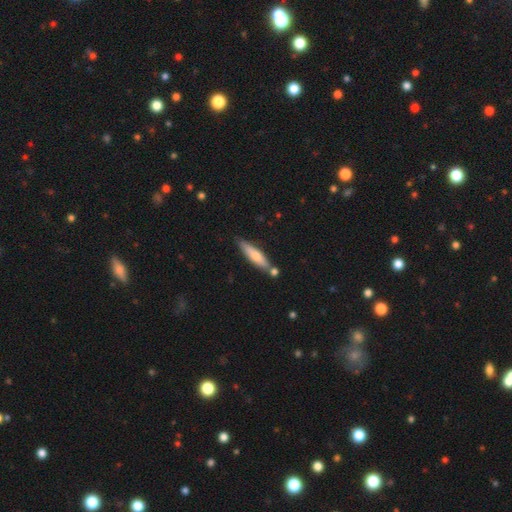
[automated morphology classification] Smooth or featured: smooth — 64% (featured or disk — 31%)
How rounded: cigar-shaped — 80% (in between — 19%)
Merging: none — 72% (minor disturbance — 13%)